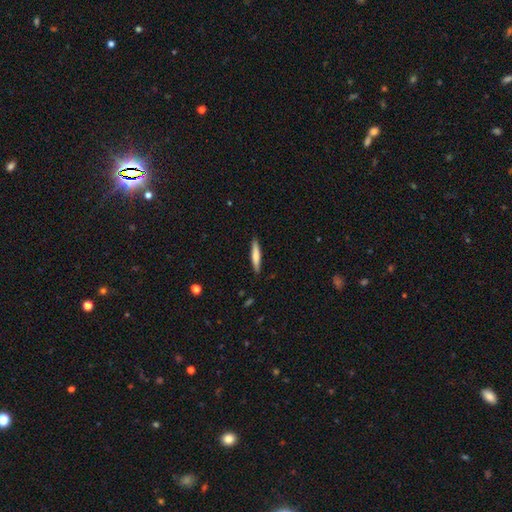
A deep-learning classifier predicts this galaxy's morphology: A smooth galaxy with no disk features (70%) that is cigar-shaped (91%).

Vote fractions:
- Smooth or featured? smooth: 70% / featured or disk: 25% / star or artifact: 6%
- How rounded? cigar-shaped: 91% / in between: 8% / round: 1%
- Merging? none: 90% / minor disturbance: 8% / major disturbance: 2% / merger: 1%